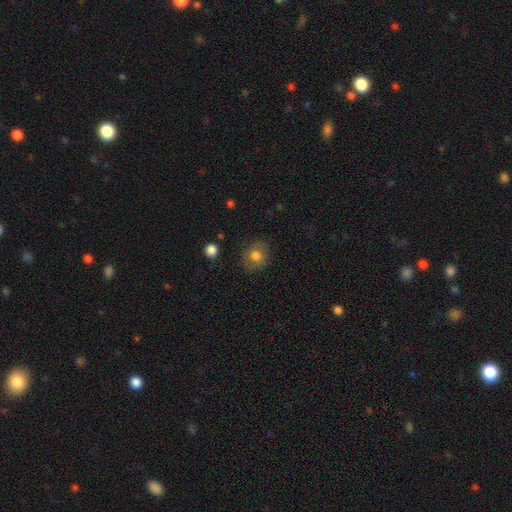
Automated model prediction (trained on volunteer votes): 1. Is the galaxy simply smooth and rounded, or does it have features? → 76% smooth, 14% featured or disk, 10% star or artifact.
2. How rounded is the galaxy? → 77% round, 22% in between, 1% cigar-shaped.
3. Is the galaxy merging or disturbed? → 81% none, 13% minor disturbance, 4% major disturbance, 1% merger.